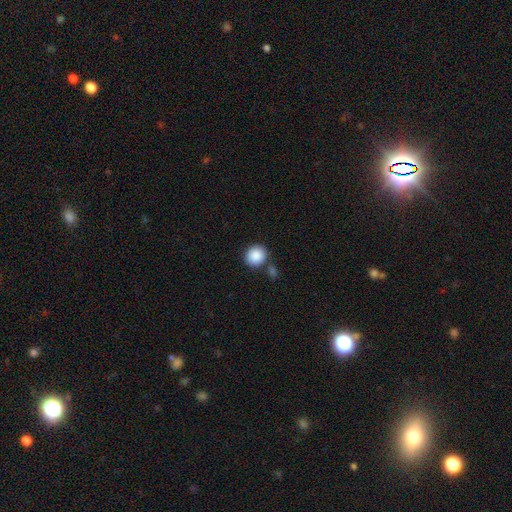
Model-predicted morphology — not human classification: A smooth galaxy with no disk features (89%) that is round (85%). Merging: none (75%).